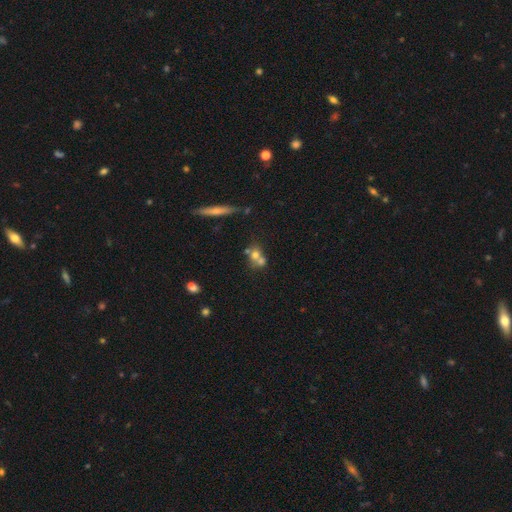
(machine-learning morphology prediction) Q: Smooth or featured?
A: smooth (61%); runner-up: featured or disk (26%)
Q: How rounded?
A: round (60%); runner-up: in between (36%)
Q: Merging?
A: merger (55%); runner-up: none (32%)